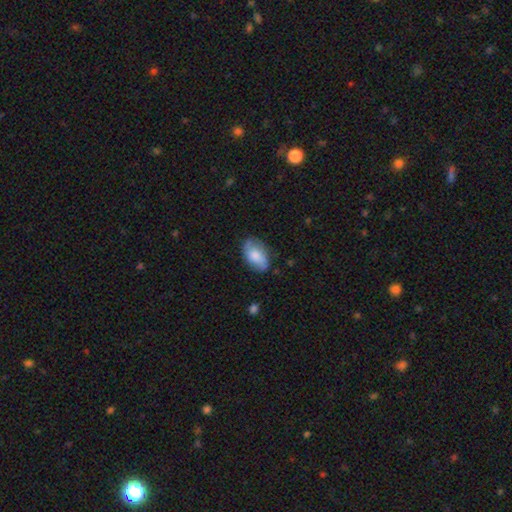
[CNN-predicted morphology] Smooth or featured: smooth — 70% (featured or disk — 24%)
How rounded: in between — 93% (round — 5%)
Merging: none — 73% (minor disturbance — 21%)